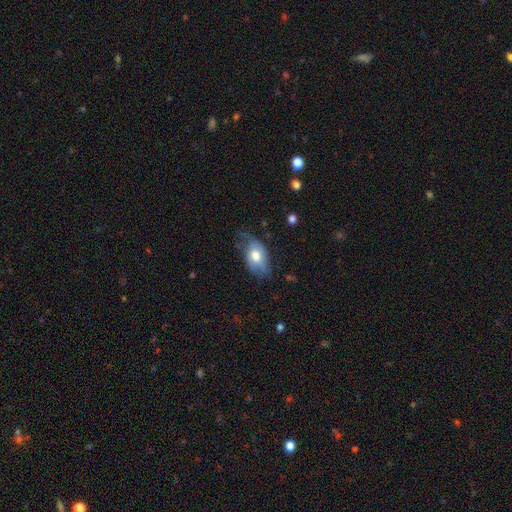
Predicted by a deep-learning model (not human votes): Morphology: type=smooth (68%); roundness=in between (89%); merging=none (48%).